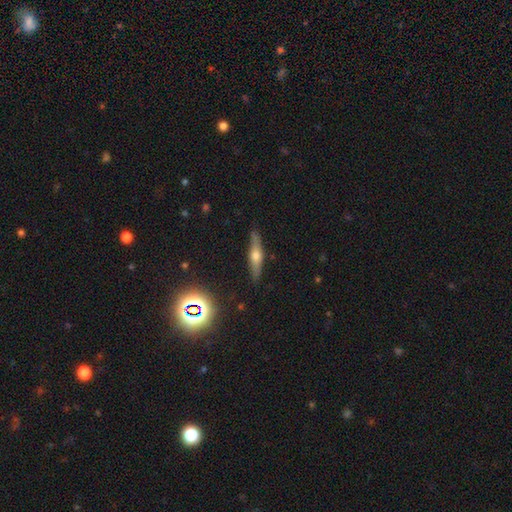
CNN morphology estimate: Overall: featured or disk (57%; smooth 33%). Edge-on disk: yes (94%). Edge-on bulge: rounded (89%). Merging: none (87%).